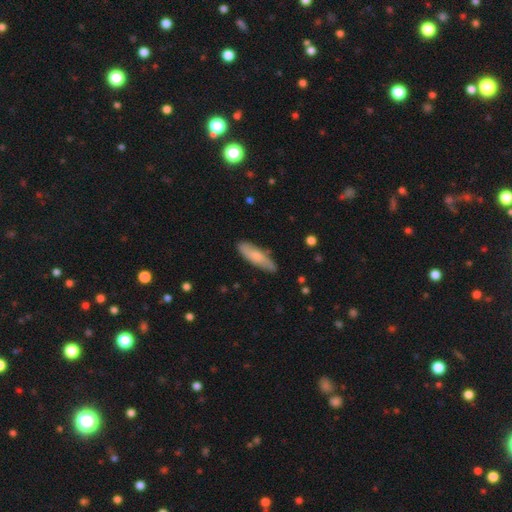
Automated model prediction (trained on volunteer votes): The model was most divided on "how rounded": cigar-shaped: 57%, in between: 41%, round: 2%. More confident: merging — none (81%); smooth or featured — smooth (69%).